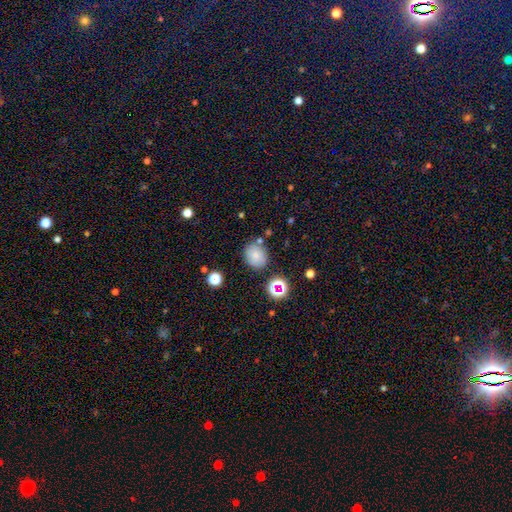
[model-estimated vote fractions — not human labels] smooth_or_featured: smooth (p=0.77) [alt: star or artifact p=0.14]
how_rounded: round (p=0.63) [alt: in between p=0.36]
merging: none (p=0.76) [alt: minor disturbance p=0.14]